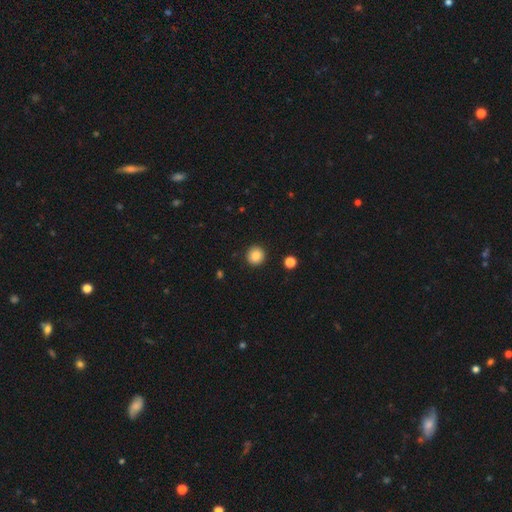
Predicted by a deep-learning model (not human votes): This is clearly a smooth galaxy (87%). How rounded: clearly round (94%). Merging: clearly none (92%).